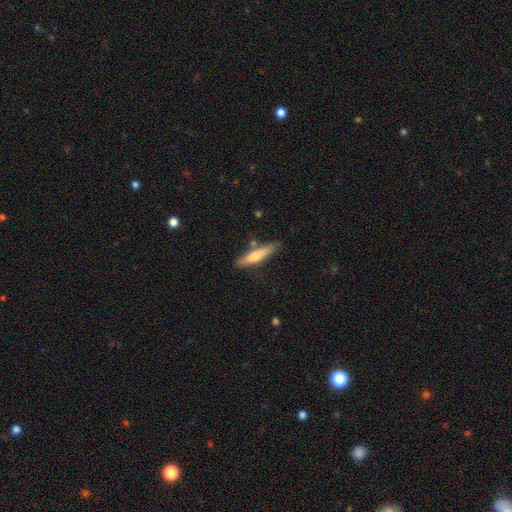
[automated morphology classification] Overall: smooth (64%; featured or disk 31%). How rounded: cigar-shaped (82%). Merging: none (76%).